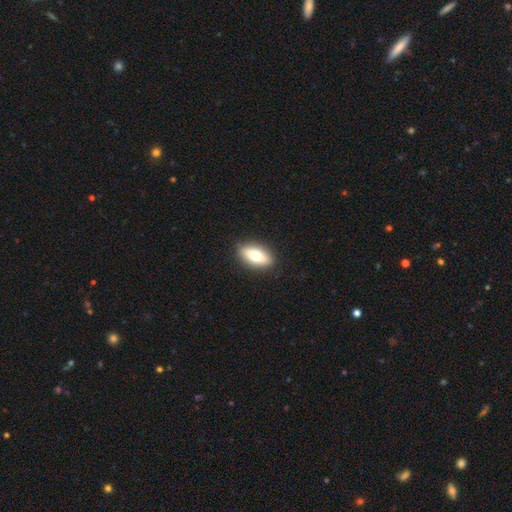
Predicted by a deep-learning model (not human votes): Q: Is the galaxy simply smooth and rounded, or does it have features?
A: smooth — 68%.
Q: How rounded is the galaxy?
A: in between — 86%.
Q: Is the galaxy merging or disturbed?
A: none — 89%.